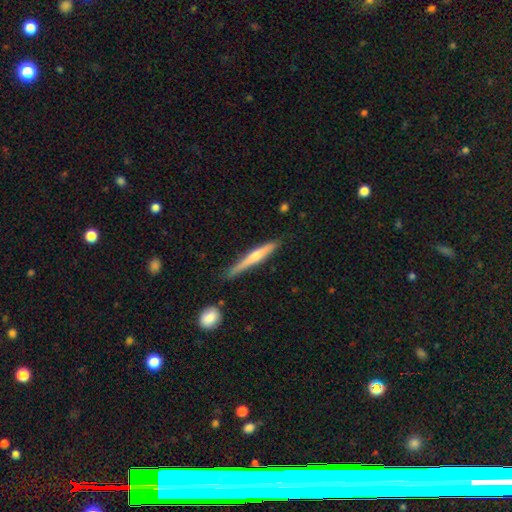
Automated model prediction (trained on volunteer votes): smooth-or-featured: featured or disk: 52% | smooth: 43% | star or artifact: 6%
  disk-edge-on: yes: 97% | no: 3%
  merging: none: 78% | minor disturbance: 16% | merger: 3% | major disturbance: 3%